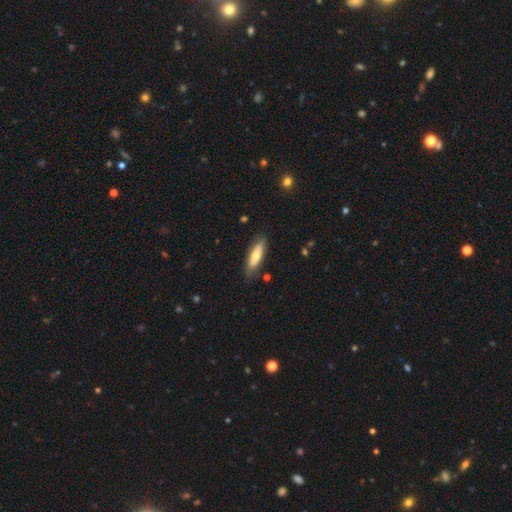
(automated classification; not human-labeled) smooth-or-featured: smooth: 62% | featured or disk: 32% | star or artifact: 6%
  how-rounded: in between: 51% | cigar-shaped: 47% | round: 2%
  merging: none: 78% | minor disturbance: 17% | major disturbance: 3% | merger: 2%